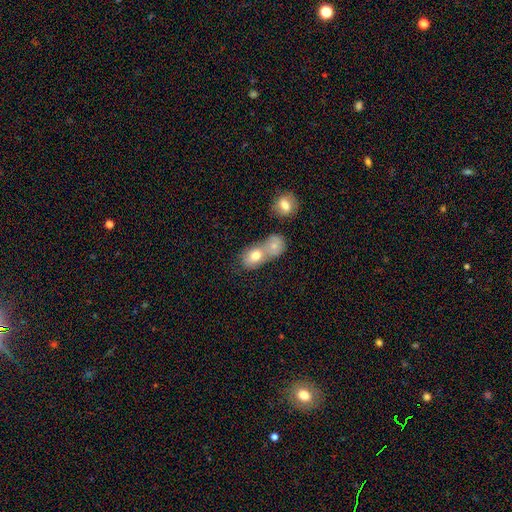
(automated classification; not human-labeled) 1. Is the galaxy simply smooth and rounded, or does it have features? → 75% smooth, 16% featured or disk, 9% star or artifact.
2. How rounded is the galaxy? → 59% in between, 39% round, 2% cigar-shaped.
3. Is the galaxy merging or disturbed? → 65% merger, 25% none, 7% minor disturbance, 4% major disturbance.